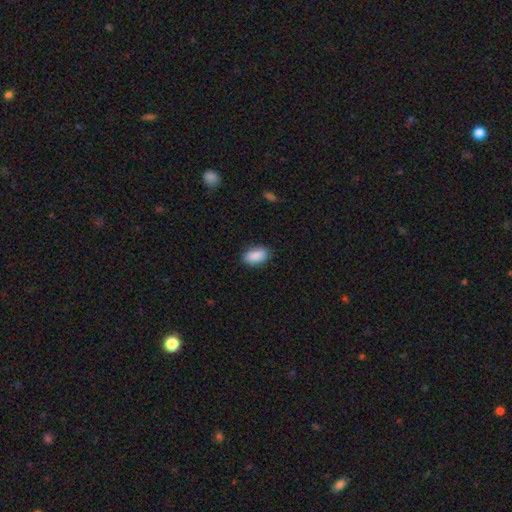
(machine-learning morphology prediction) This is clearly a smooth galaxy (90%). How rounded: clearly in between (93%). Merging: clearly none (87%).